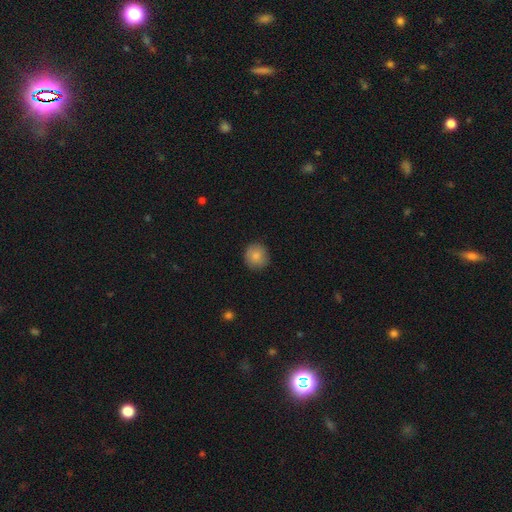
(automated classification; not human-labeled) Smooth or featured? Predicted: smooth (p=0.85). How rounded? Predicted: round (p=0.91). Merging? Predicted: none (p=0.88).